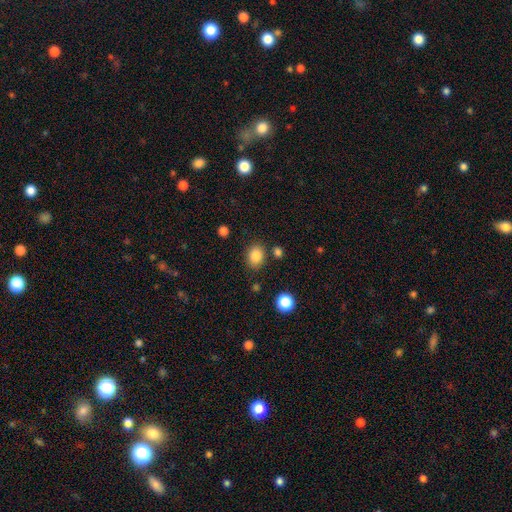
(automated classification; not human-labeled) Q: Smooth or featured?
A: smooth (85%); runner-up: star or artifact (10%)
Q: How rounded?
A: in between (53%); runner-up: round (46%)
Q: Merging?
A: none (81%); runner-up: minor disturbance (11%)